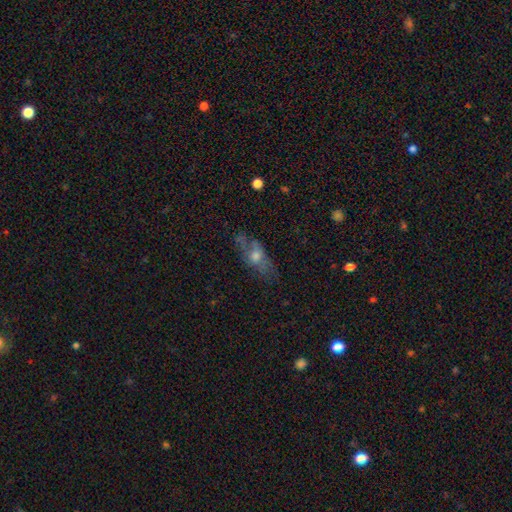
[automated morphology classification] The model was most divided on "smooth or featured": featured or disk: 50%, smooth: 35%, star or artifact: 15%. More confident: merging — none (68%).